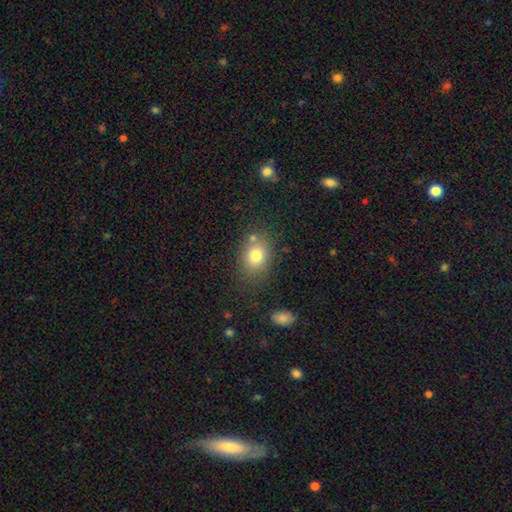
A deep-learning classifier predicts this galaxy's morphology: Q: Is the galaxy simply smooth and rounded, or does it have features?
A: smooth — 78%.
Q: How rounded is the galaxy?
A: in between — 59%.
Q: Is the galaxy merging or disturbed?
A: none — 72%.